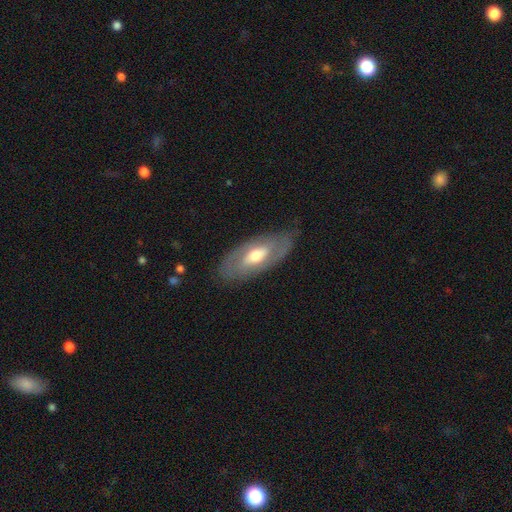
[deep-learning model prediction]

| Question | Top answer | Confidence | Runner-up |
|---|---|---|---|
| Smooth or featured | featured or disk | 58% | smooth (36%) |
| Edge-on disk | no | 84% | yes (16%) |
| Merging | none | 79% | minor disturbance (15%) |